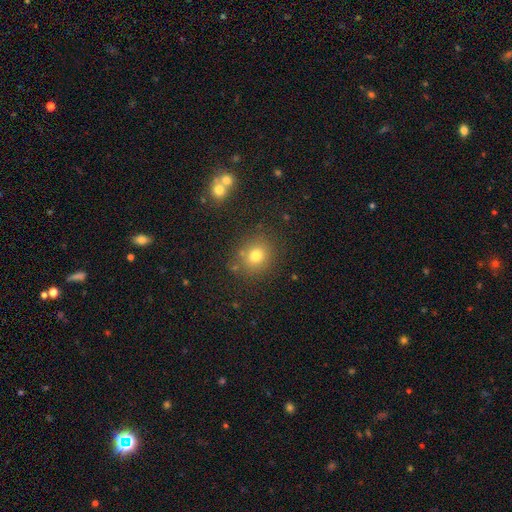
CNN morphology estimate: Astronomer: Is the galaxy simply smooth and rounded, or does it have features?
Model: smooth — 75%.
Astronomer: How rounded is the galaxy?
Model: round — 79%.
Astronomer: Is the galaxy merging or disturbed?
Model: none — 79%.